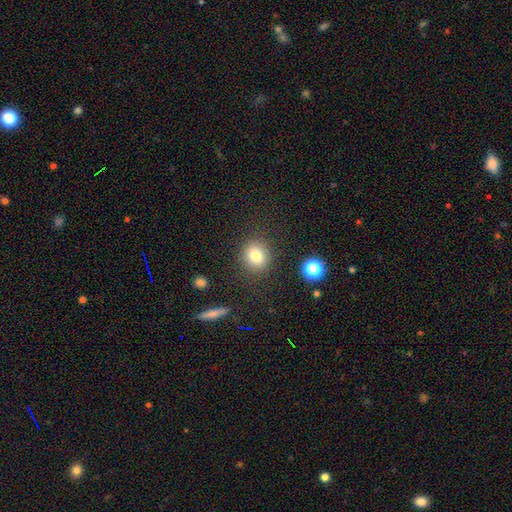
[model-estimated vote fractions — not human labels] Morphology: type=smooth (80%); roundness=round (81%); merging=none (85%).